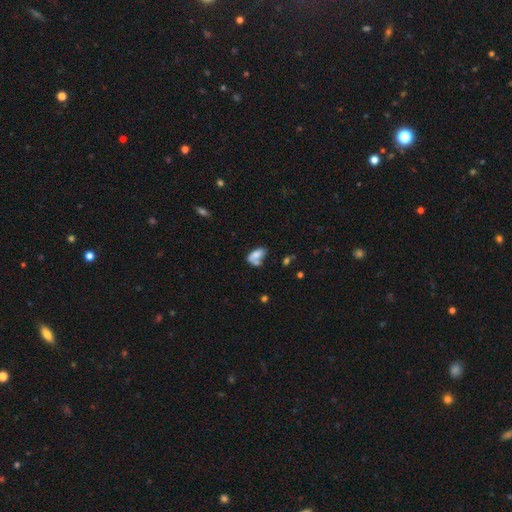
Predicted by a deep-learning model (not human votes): smooth_or_featured: smooth (p=0.64) [alt: featured or disk p=0.26]
how_rounded: in between (p=0.87) [alt: round p=0.08]
merging: merger (p=0.40) [alt: none p=0.29]